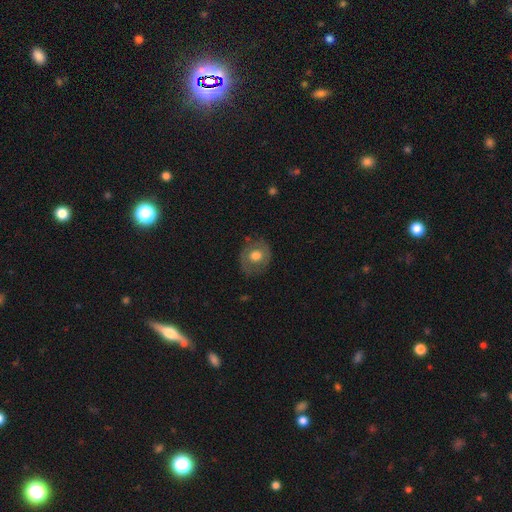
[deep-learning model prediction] smooth-or-featured: smooth: 58% | featured or disk: 34% | star or artifact: 8%
  how-rounded: round: 70% | in between: 29% | cigar-shaped: 1%
  merging: none: 77% | minor disturbance: 16% | major disturbance: 6% | merger: 1%